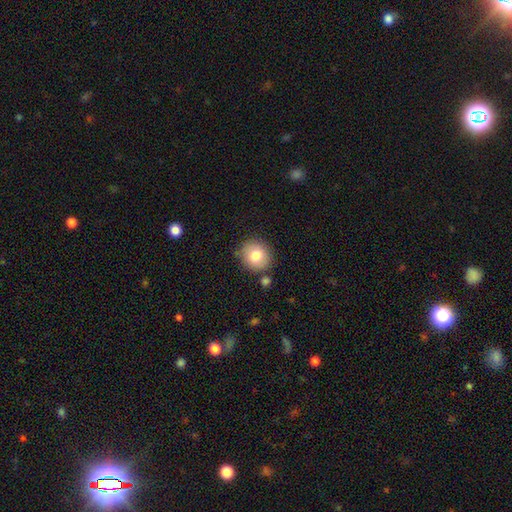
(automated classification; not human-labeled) Smooth or featured?
  - smooth: 79% *
  - featured or disk: 12%
  - star or artifact: 9%
How rounded?
  - round: 86% *
  - in between: 13%
  - cigar-shaped: 1%
Merging?
  - none: 82% *
  - minor disturbance: 10%
  - merger: 5%
  - major disturbance: 3%